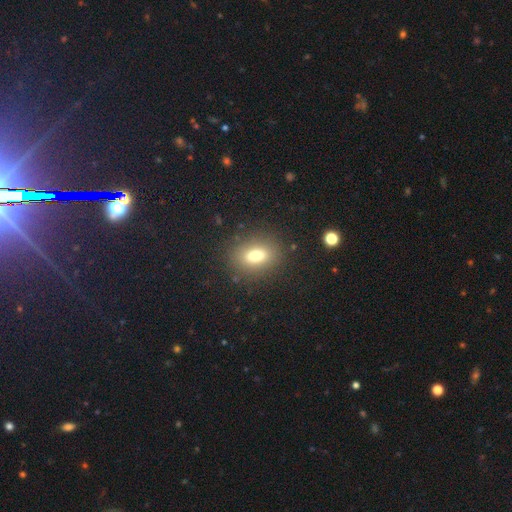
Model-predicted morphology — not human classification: A smooth galaxy with no disk features (75%) that is in between round and cigar-shaped (72%). Merging: none (84%).